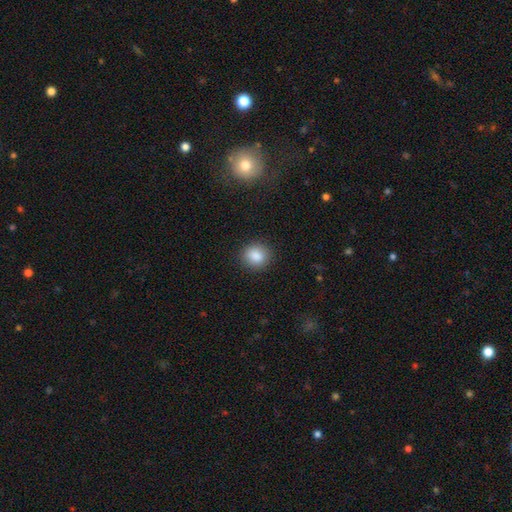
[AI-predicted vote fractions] This is clearly a smooth galaxy (87%). How rounded: clearly round (83%). Merging: clearly none (89%).